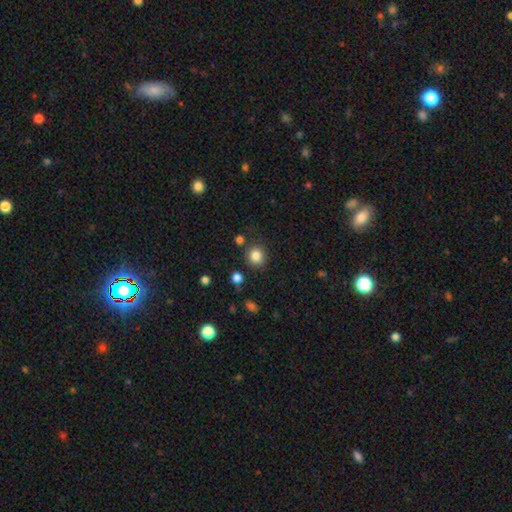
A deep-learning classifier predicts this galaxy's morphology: Smooth or featured? Predicted: smooth (p=0.84). How rounded? Predicted: round (p=0.84). Merging? Predicted: none (p=0.83).